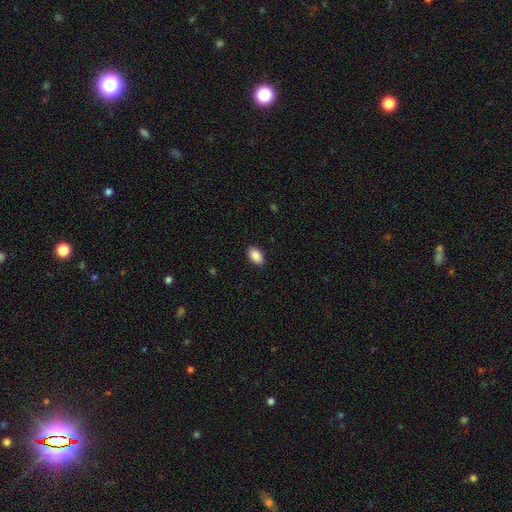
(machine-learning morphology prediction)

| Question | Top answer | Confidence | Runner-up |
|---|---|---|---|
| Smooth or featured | smooth | 90% | star or artifact (7%) |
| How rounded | in between | 94% | round (4%) |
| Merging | none | 90% | minor disturbance (7%) |